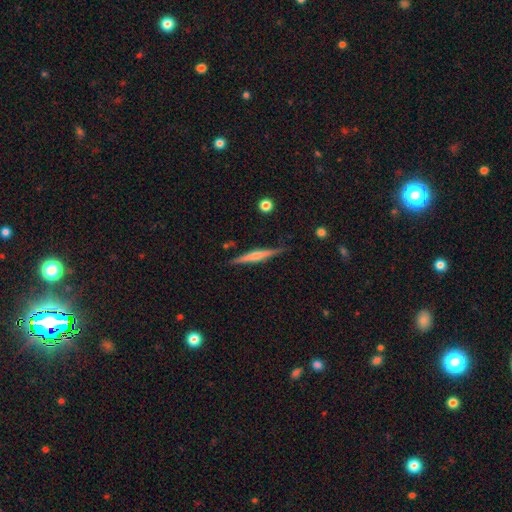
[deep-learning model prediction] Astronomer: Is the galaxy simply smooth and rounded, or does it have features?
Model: featured or disk — 63%.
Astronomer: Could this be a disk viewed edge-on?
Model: yes — 97%.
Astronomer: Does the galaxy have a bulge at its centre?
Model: rounded — 66%.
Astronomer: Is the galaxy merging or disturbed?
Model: none — 86%.